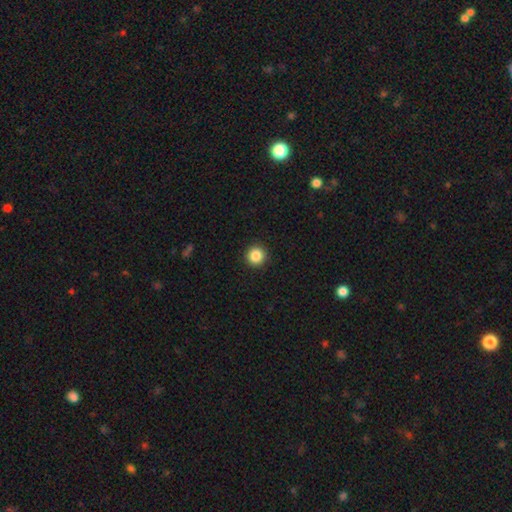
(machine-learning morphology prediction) type=smooth (86%); roundness=round (96%); merging=none (93%).